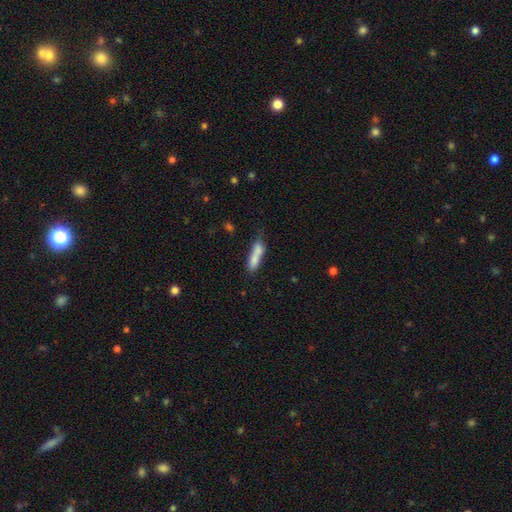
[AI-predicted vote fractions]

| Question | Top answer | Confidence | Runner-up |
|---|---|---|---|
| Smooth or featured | smooth | 77% | featured or disk (16%) |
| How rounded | cigar-shaped | 73% | in between (25%) |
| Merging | none | 48% | minor disturbance (22%) |